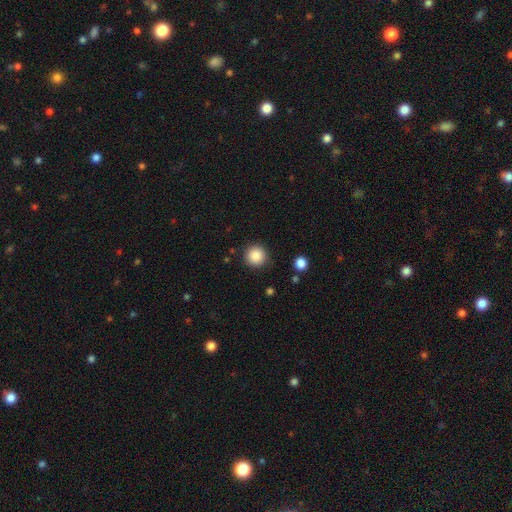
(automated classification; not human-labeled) Q: Smooth or featured?
A: smooth (87%); runner-up: star or artifact (9%)
Q: How rounded?
A: round (95%); runner-up: in between (4%)
Q: Merging?
A: none (88%); runner-up: minor disturbance (8%)